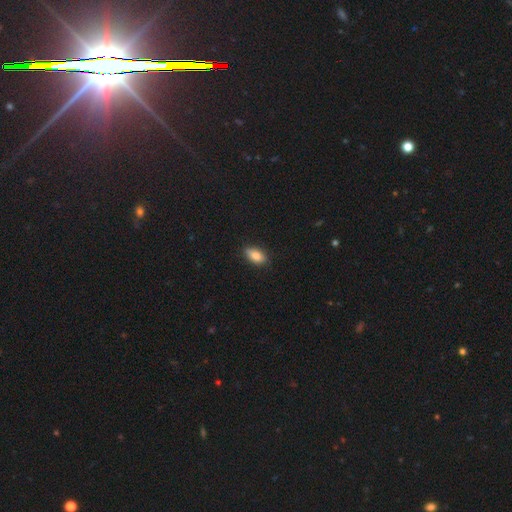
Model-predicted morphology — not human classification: A smooth galaxy with no disk features (84%) that is in between round and cigar-shaped (89%).

Vote fractions:
- Smooth or featured? smooth: 84% / featured or disk: 8% / star or artifact: 8%
- How rounded? in between: 89% / cigar-shaped: 6% / round: 5%
- Merging? none: 84% / minor disturbance: 13% / major disturbance: 2% / merger: 1%